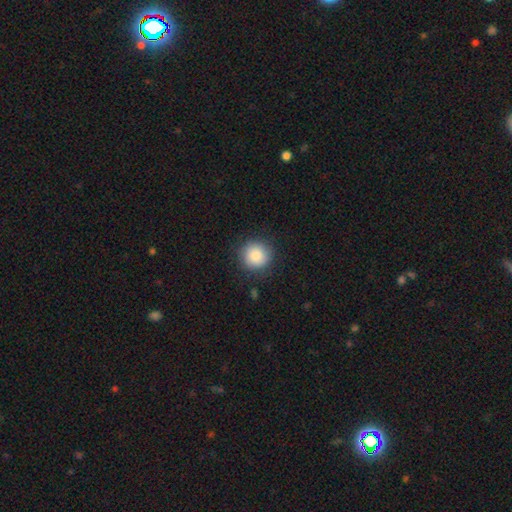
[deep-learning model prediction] smooth-or-featured: smooth: 86% | star or artifact: 8% | featured or disk: 6%
  how-rounded: round: 94% | in between: 5% | cigar-shaped: 1%
  merging: none: 87% | minor disturbance: 9% | major disturbance: 3% | merger: 1%